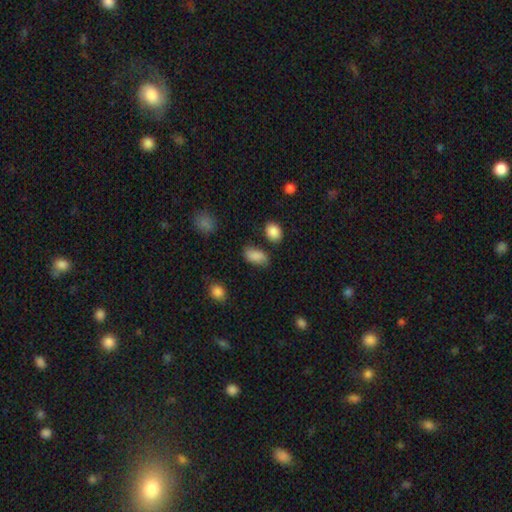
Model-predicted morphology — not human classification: A smooth galaxy with no disk features (86%) that is in between round and cigar-shaped (91%).

Vote fractions:
- Smooth or featured? smooth: 86% / star or artifact: 9% / featured or disk: 5%
- How rounded? in between: 91% / round: 7% / cigar-shaped: 2%
- Merging? none: 74% / minor disturbance: 17% / merger: 5% / major disturbance: 5%